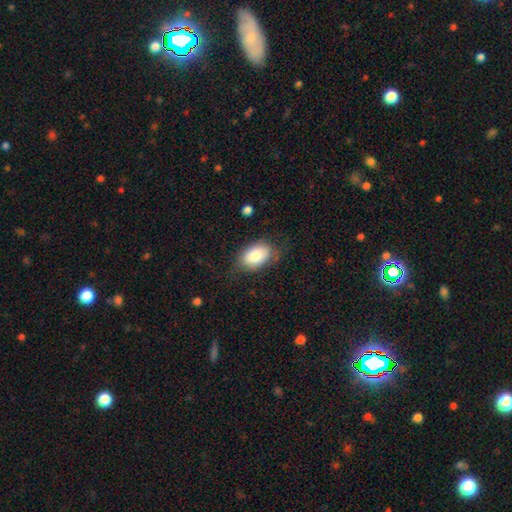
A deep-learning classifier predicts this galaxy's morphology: type=smooth (82%); roundness=in between (90%); merging=none (69%).